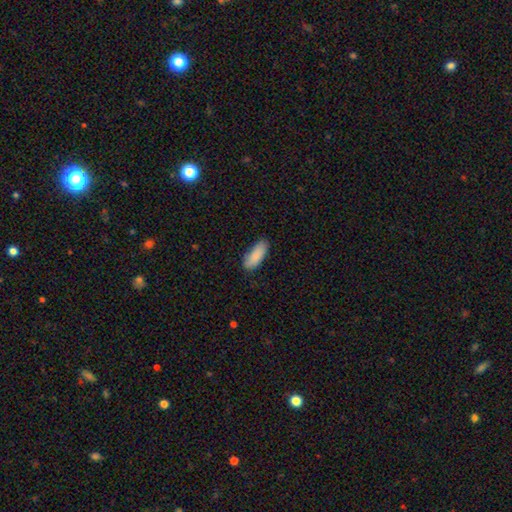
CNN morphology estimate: Smooth or featured? smooth (87%)
How rounded? in between (79%)
Merging? none (75%)